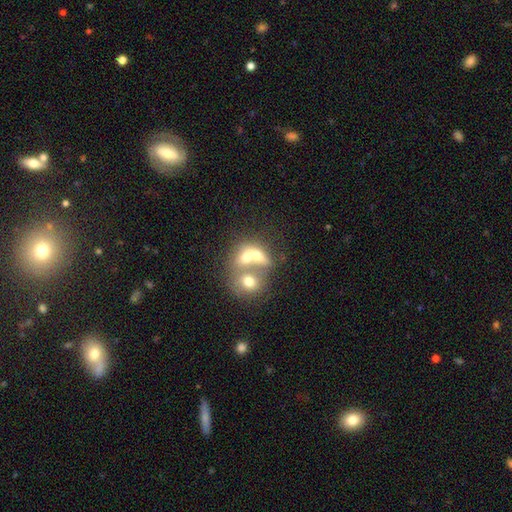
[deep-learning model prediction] smooth_or_featured: smooth (p=0.57) [alt: featured or disk p=0.31]
how_rounded: in between (p=0.53) [alt: round p=0.45]
merging: merger (p=0.71) [alt: none p=0.17]